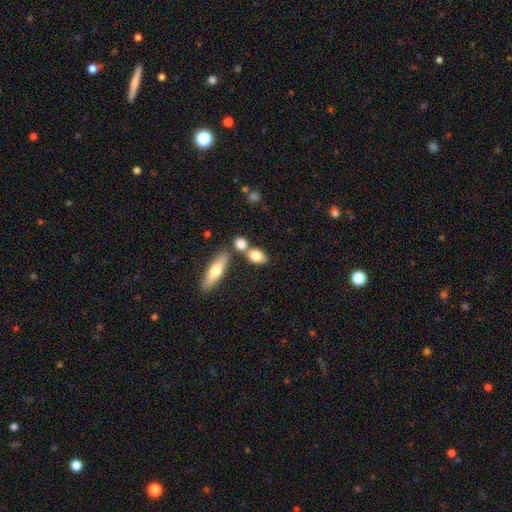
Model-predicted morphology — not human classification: The model was most divided on "merging": none: 51%, merger: 34%, minor disturbance: 11%, major disturbance: 4%. More confident: smooth or featured — smooth (76%); how rounded — in between (71%).